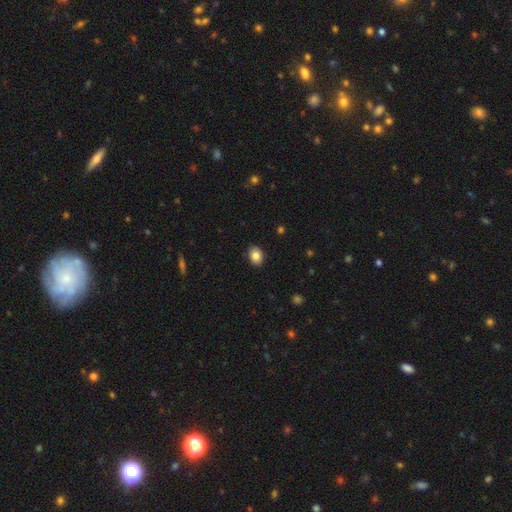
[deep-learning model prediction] This appears to be a smooth galaxy with no disk features (85%) that is in between round and cigar-shaped (68%). Merging: none (89%).